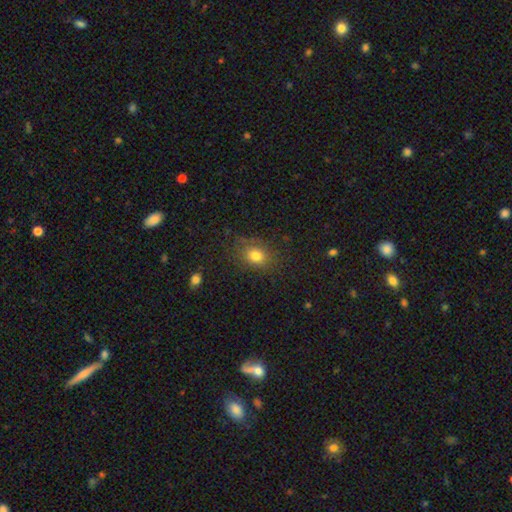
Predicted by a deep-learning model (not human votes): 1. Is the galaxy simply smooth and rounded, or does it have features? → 77% smooth, 13% star or artifact, 9% featured or disk.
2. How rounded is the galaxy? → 54% in between, 44% round, 1% cigar-shaped.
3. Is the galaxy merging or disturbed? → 77% none, 15% minor disturbance, 6% major disturbance, 2% merger.